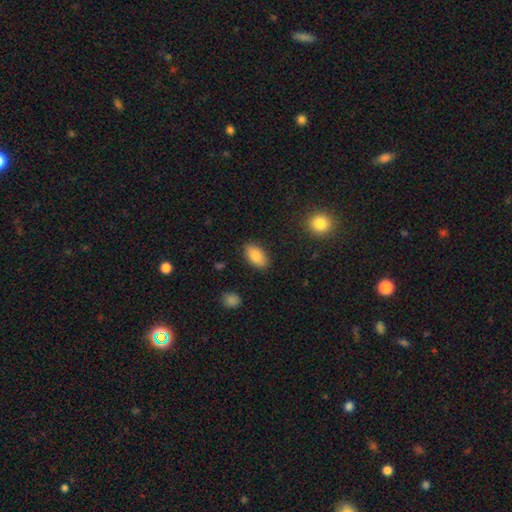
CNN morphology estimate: Smooth or featured: smooth — 84% (featured or disk — 9%)
How rounded: in between — 93% (round — 5%)
Merging: none — 86% (minor disturbance — 10%)